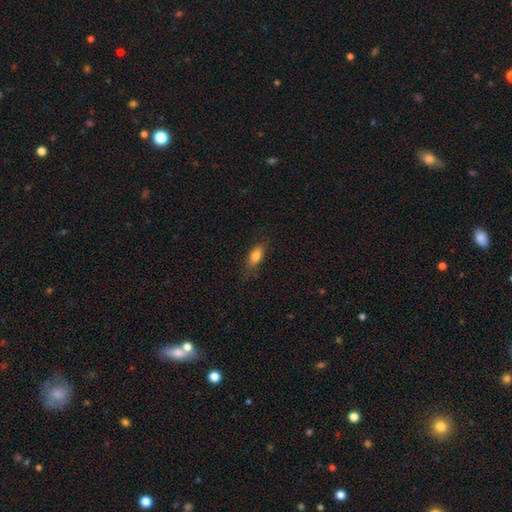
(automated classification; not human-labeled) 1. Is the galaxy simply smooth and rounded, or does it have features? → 80% smooth, 12% featured or disk, 8% star or artifact.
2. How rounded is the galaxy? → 77% in between, 17% cigar-shaped, 5% round.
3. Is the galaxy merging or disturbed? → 75% none, 19% minor disturbance, 5% major disturbance, 1% merger.